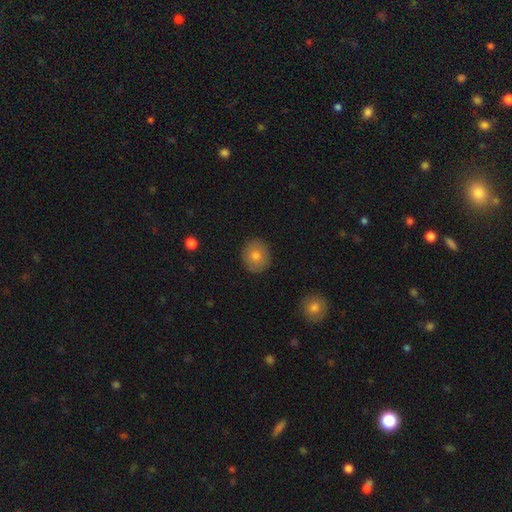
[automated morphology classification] The model was most divided on "how rounded": round: 71%, in between: 28%, cigar-shaped: 1%. More confident: merging — none (89%); smooth or featured — smooth (77%).